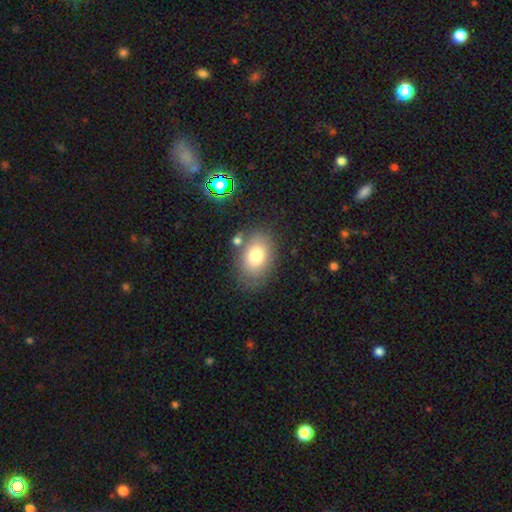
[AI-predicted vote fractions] smooth 79%, featured or disk 12%, star or artifact 9%. Down the decision tree: how rounded — in between (83%); merging — none (74%).